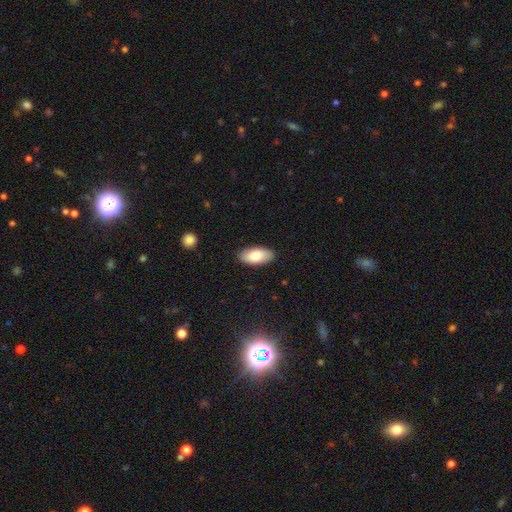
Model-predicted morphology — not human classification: smooth-or-featured: smooth: 80% | featured or disk: 14% | star or artifact: 6%
  how-rounded: in between: 93% | cigar-shaped: 5% | round: 2%
  merging: none: 88% | minor disturbance: 9% | major disturbance: 2% | merger: 1%